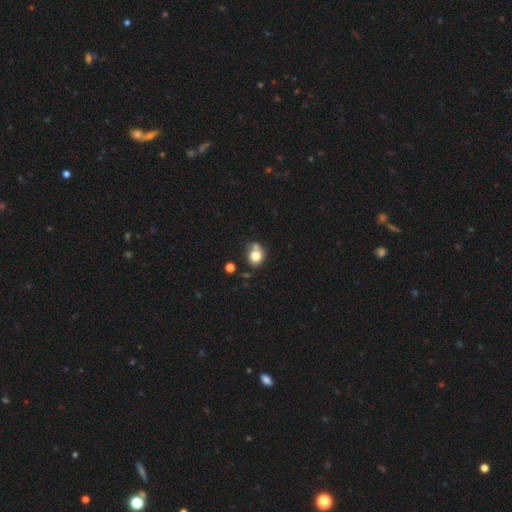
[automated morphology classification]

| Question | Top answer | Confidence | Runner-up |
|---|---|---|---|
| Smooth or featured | smooth | 78% | star or artifact (11%) |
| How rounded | round | 73% | in between (26%) |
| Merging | none | 52% | merger (24%) |